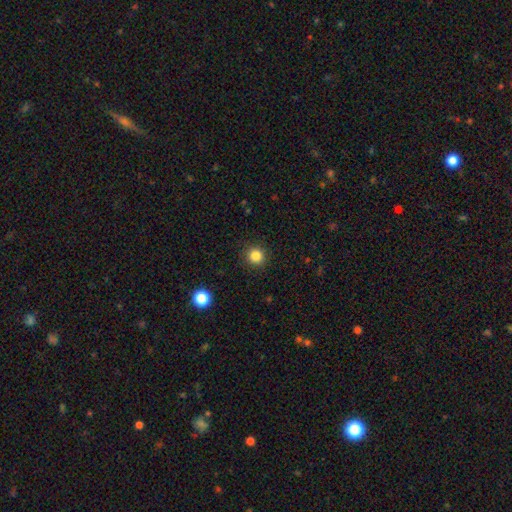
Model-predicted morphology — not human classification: Smooth or featured? smooth (84%)
How rounded? round (94%)
Merging? none (91%)